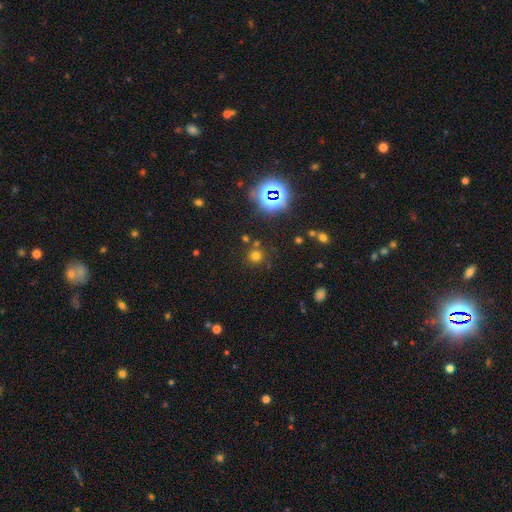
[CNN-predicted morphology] This is likely a smooth galaxy (62%). How rounded: clearly round (92%). Merging: likely none (78%).